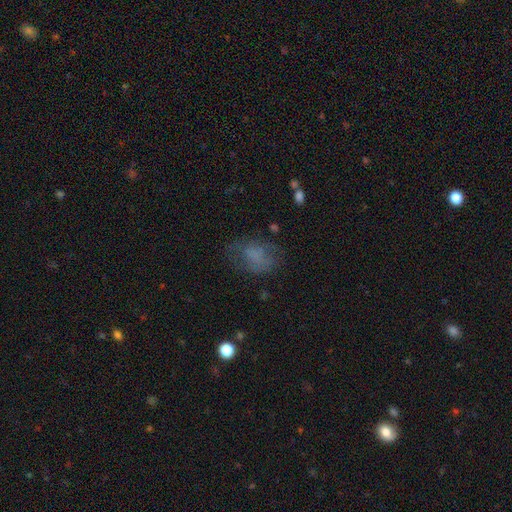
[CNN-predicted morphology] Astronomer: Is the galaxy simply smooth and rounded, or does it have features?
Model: smooth — 60%.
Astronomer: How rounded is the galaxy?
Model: in between — 72%.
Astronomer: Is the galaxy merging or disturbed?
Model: none — 56%.